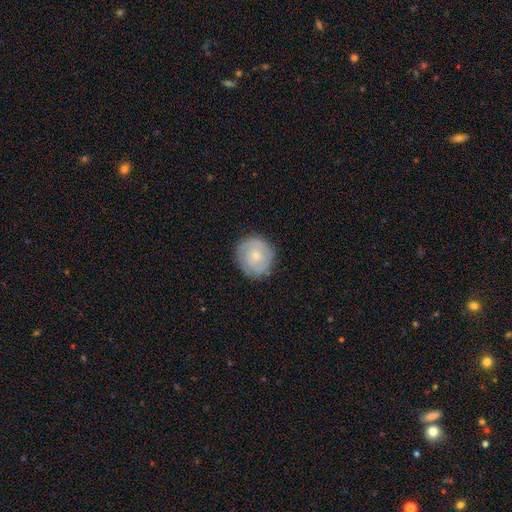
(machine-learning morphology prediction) featured or disk 71%, smooth 23%, star or artifact 6%. Down the decision tree: edge-on disk — no (98%); bar — no (76%); spiral arms — yes (91%); spiral arm count — 2 (52%); spiral winding — tight (72%); bulge size — small (69%); merging — none (83%).